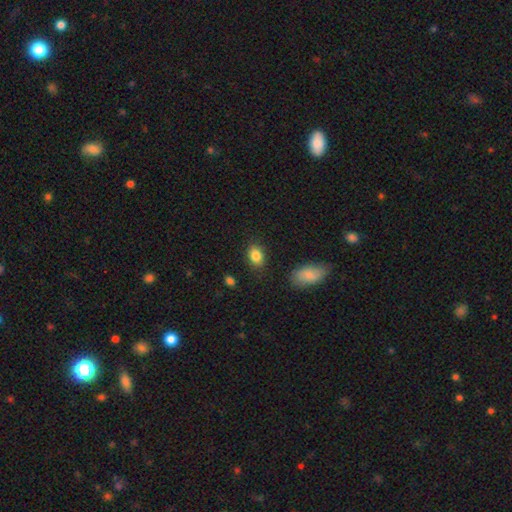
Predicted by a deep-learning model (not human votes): This appears to be a smooth galaxy with no disk features (85%) that is in between round and cigar-shaped (76%). Merging: none (84%).